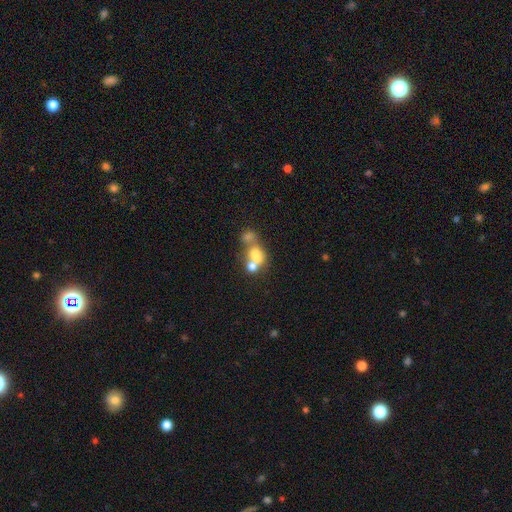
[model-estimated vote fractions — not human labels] Overall: smooth (59%; featured or disk 26%). How rounded: round (51%; in between 47%). Merging: merger (62%; none 23%).